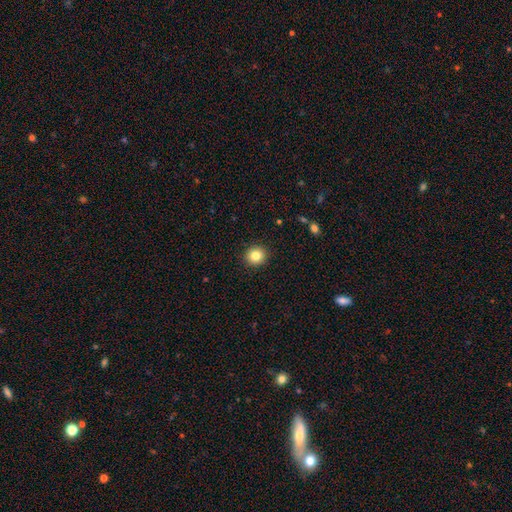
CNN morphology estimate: The model was most divided on "smooth or featured": smooth: 83%, star or artifact: 10%, featured or disk: 6%. More confident: merging — none (92%); how rounded — round (90%).